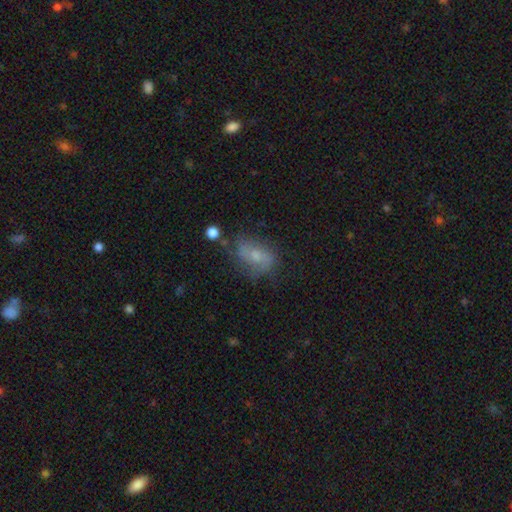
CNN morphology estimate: Smooth or featured?
  - featured or disk: 45% *
  - smooth: 43%
  - star or artifact: 11%
Merging?
  - none: 55% *
  - minor disturbance: 26%
  - major disturbance: 15%
  - merger: 4%